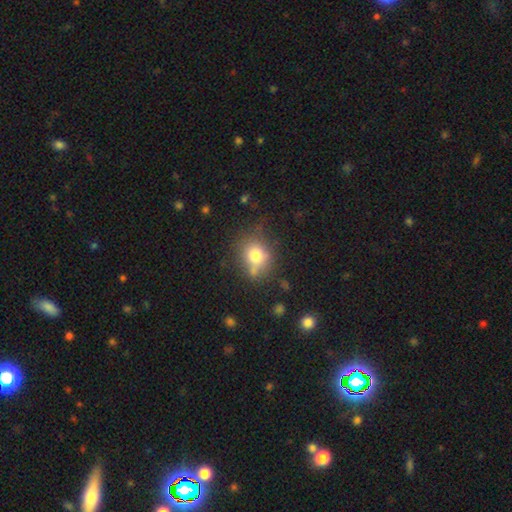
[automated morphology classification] A smooth galaxy with no disk features (73%) that is round (67%). Merging: none (60%).